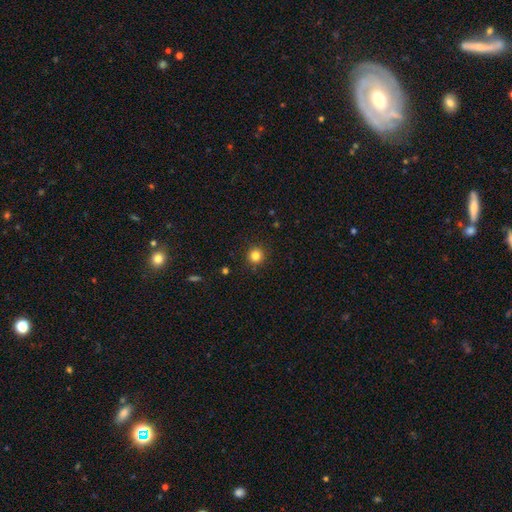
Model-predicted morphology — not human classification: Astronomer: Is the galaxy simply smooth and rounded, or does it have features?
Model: smooth — 82%.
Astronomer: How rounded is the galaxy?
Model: round — 95%.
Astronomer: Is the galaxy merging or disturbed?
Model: none — 91%.